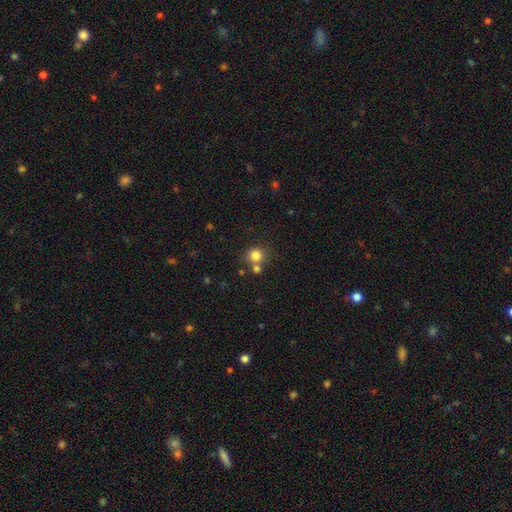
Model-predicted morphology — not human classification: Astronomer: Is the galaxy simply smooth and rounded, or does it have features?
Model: smooth — 82%.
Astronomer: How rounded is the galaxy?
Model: round — 87%.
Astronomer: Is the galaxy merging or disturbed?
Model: none — 64%.